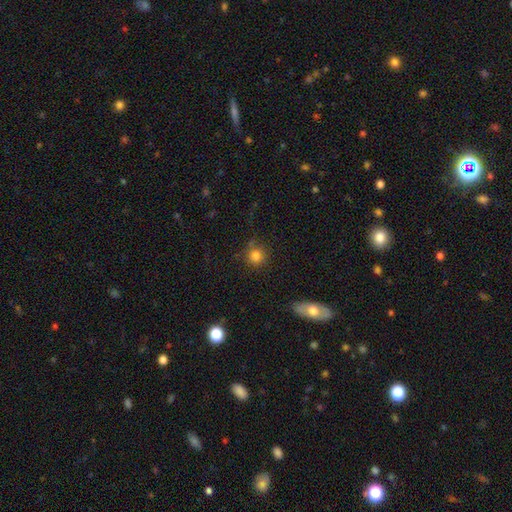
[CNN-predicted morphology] Q: Smooth or featured?
A: smooth (82%); runner-up: star or artifact (12%)
Q: How rounded?
A: round (91%); runner-up: in between (8%)
Q: Merging?
A: none (78%); runner-up: minor disturbance (13%)